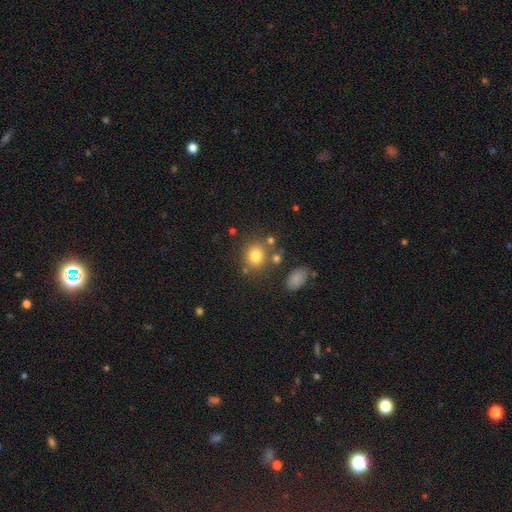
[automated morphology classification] The model was most divided on "how rounded": round: 72%, in between: 27%, cigar-shaped: 1%. More confident: smooth or featured — smooth (78%); merging — none (73%).